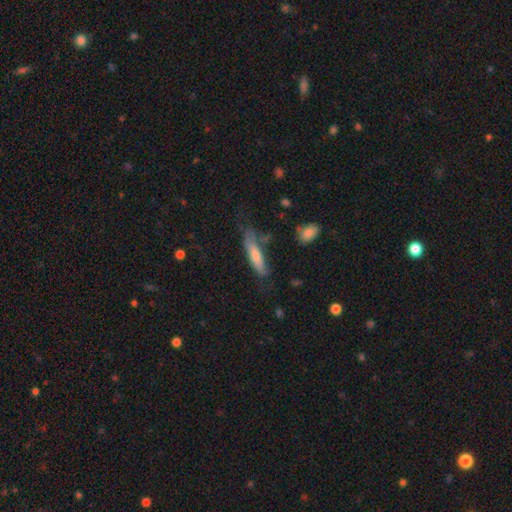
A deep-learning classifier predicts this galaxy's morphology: A smooth galaxy with no disk features (64%) that is cigar-shaped (75%). Merging: none (53%).